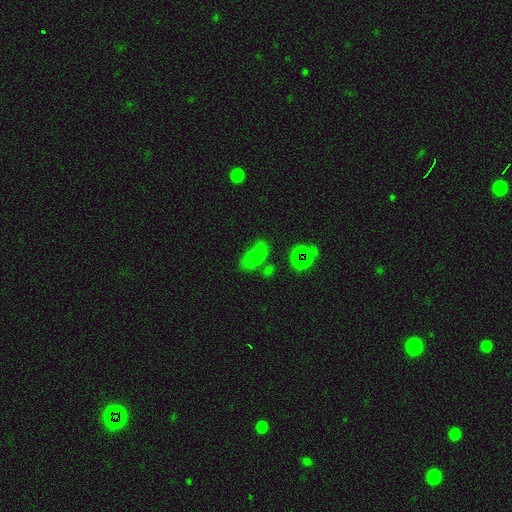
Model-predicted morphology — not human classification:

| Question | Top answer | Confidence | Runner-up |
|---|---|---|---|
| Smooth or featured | smooth | 68% | star or artifact (21%) |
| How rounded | in between | 86% | cigar-shaped (7%) |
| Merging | none | 56% | minor disturbance (22%) |